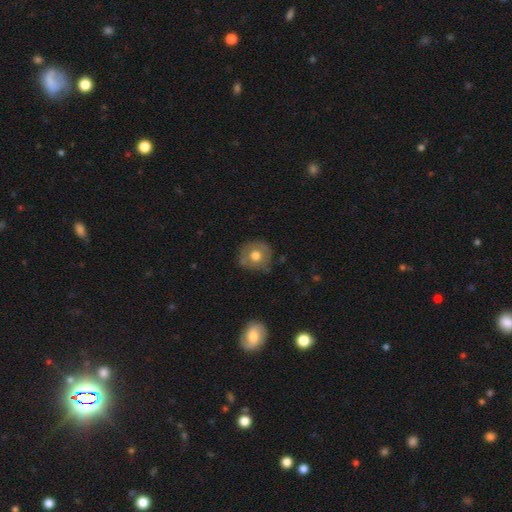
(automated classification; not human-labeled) This appears to be a smooth galaxy with no disk features (62%) that is round (89%). Merging: none (74%).